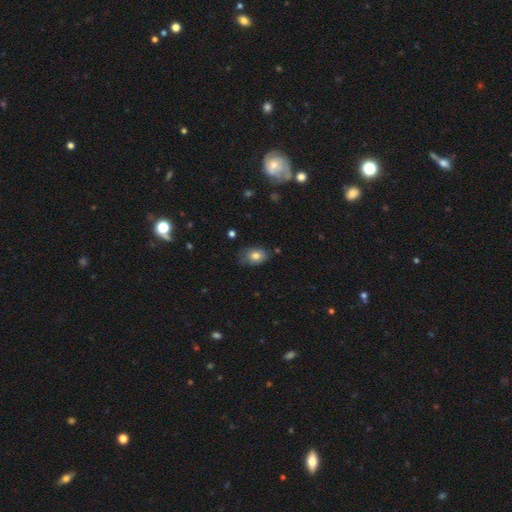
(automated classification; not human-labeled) A smooth galaxy with no disk features (75%) that is in between round and cigar-shaped (80%).

Vote fractions:
- Smooth or featured? smooth: 75% / featured or disk: 16% / star or artifact: 9%
- How rounded? in between: 80% / round: 19% / cigar-shaped: 1%
- Merging? none: 64% / minor disturbance: 27% / major disturbance: 6% / merger: 2%